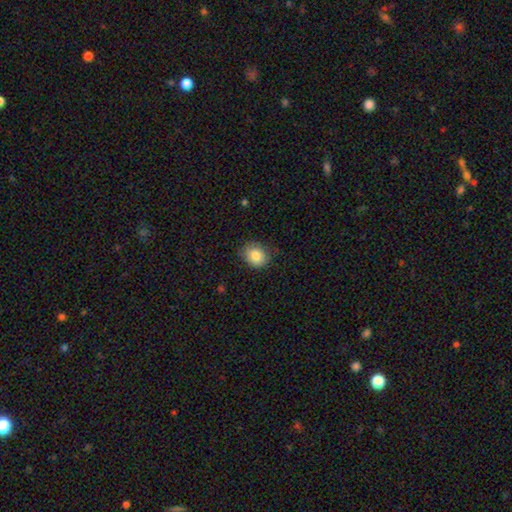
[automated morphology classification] smooth 84%, star or artifact 9%, featured or disk 8%. Down the decision tree: how rounded — round (62%); merging — none (79%).